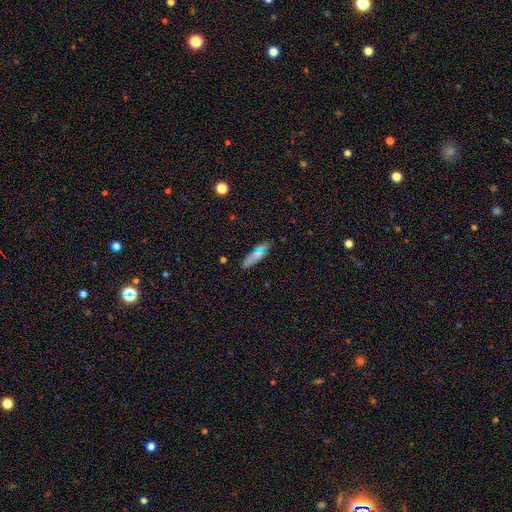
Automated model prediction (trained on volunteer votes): Morphology: type=smooth (71%); roundness=cigar-shaped (51%); merging=none (84%).